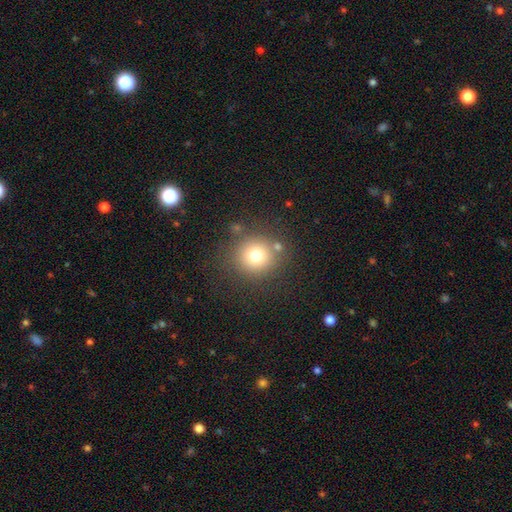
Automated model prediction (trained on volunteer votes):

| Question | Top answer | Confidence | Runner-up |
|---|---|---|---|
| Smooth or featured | smooth | 74% | star or artifact (14%) |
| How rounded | round | 92% | in between (7%) |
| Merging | none | 79% | minor disturbance (10%) |